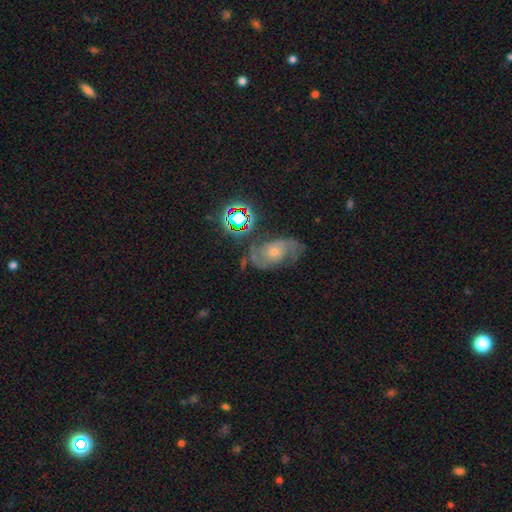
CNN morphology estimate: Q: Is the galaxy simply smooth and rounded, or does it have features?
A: featured or disk — 69%.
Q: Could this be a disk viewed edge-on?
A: no — 96%.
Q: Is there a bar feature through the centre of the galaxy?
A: no — 65%.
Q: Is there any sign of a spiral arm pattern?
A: yes — 93%.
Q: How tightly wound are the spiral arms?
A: medium — 45%.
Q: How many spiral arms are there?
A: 2 — 63%.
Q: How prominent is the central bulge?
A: small — 47%.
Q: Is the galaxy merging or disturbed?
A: none — 75%.